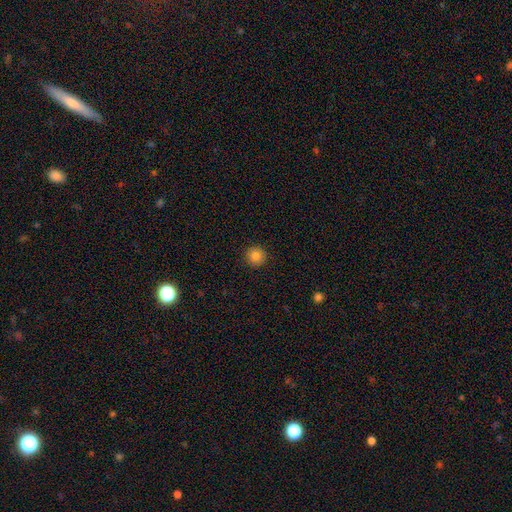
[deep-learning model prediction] This appears to be a smooth galaxy with no disk features (84%) that is round (95%). Merging: none (92%).